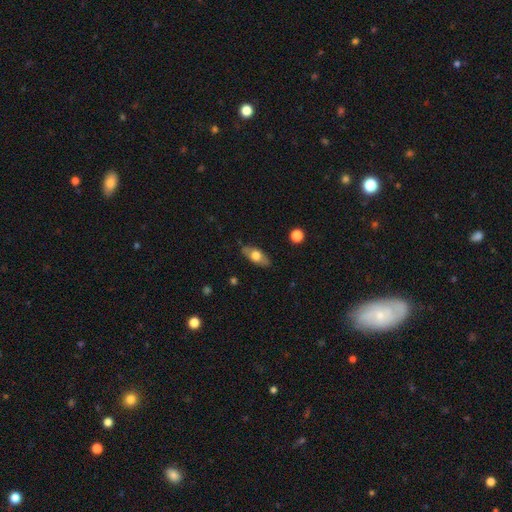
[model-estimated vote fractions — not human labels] smooth_or_featured: smooth (p=0.57) [alt: featured or disk p=0.37]
how_rounded: in between (p=0.83) [alt: cigar-shaped p=0.12]
merging: none (p=0.81) [alt: minor disturbance p=0.15]